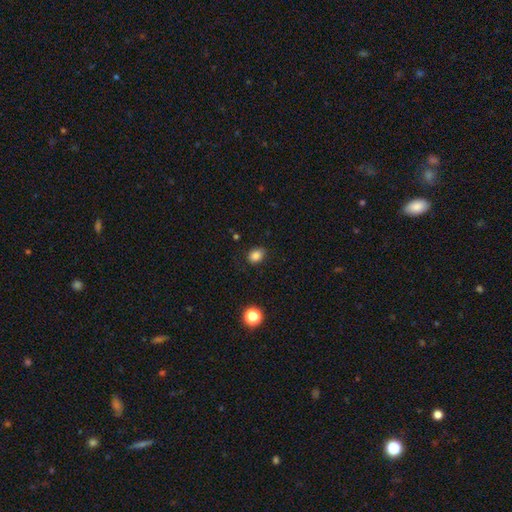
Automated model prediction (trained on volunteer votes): This is clearly a smooth galaxy (84%). How rounded: possibly in between (56%). Merging: clearly none (81%).